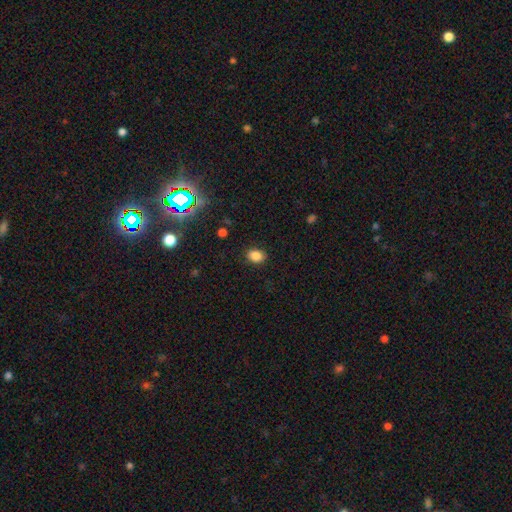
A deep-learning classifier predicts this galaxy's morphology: Smooth or featured?
  - smooth: 84% *
  - star or artifact: 11%
  - featured or disk: 5%
How rounded?
  - in between: 63% *
  - round: 36%
  - cigar-shaped: 1%
Merging?
  - none: 87% *
  - minor disturbance: 9%
  - major disturbance: 3%
  - merger: 1%